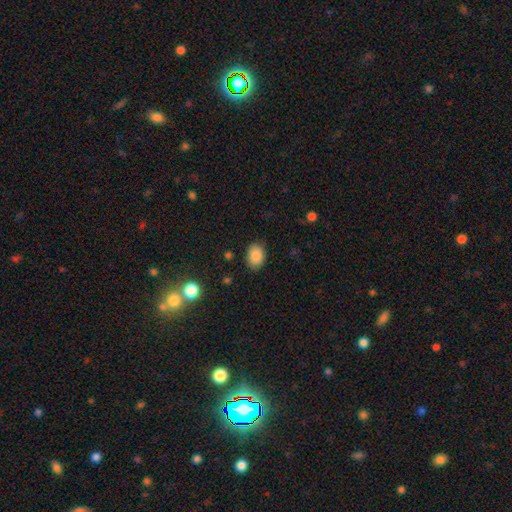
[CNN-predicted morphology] Smooth or featured?
  - smooth: 87% *
  - star or artifact: 8%
  - featured or disk: 5%
How rounded?
  - in between: 76% *
  - round: 23%
  - cigar-shaped: 1%
Merging?
  - none: 86% *
  - minor disturbance: 10%
  - major disturbance: 3%
  - merger: 1%